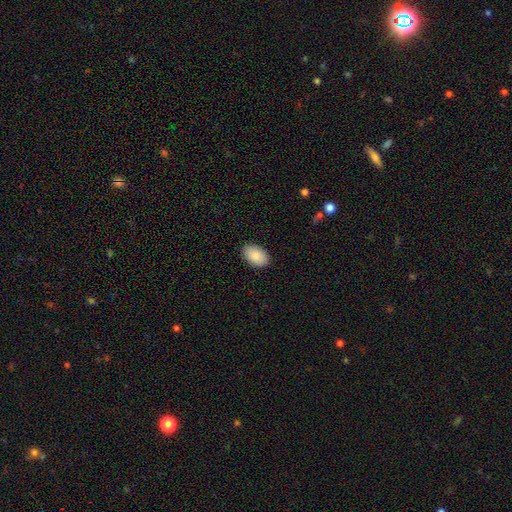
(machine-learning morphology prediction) This is clearly a smooth galaxy (87%). How rounded: clearly in between (93%). Merging: clearly none (89%).